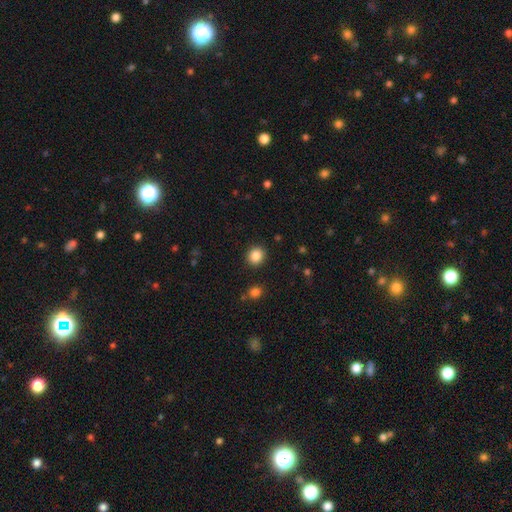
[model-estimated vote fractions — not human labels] A smooth galaxy with no disk features (86%) that is round (84%).

Vote fractions:
- Smooth or featured? smooth: 86% / star or artifact: 10% / featured or disk: 4%
- How rounded? round: 84% / in between: 15% / cigar-shaped: 1%
- Merging? none: 90% / minor disturbance: 6% / major disturbance: 2% / merger: 2%